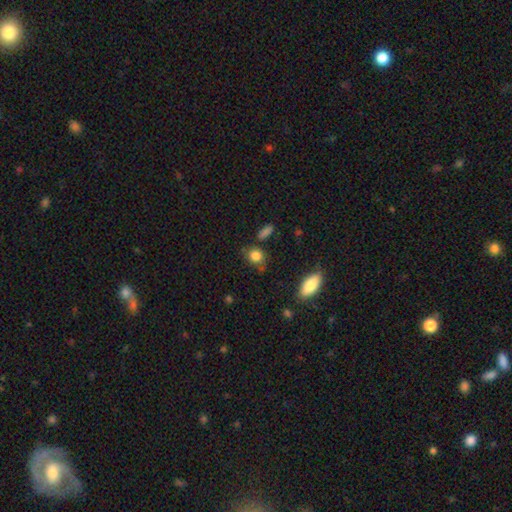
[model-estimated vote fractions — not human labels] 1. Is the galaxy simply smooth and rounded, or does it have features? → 85% smooth, 10% star or artifact, 6% featured or disk.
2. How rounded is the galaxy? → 62% round, 36% in between, 2% cigar-shaped.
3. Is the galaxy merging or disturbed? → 66% none, 21% minor disturbance, 7% merger, 6% major disturbance.